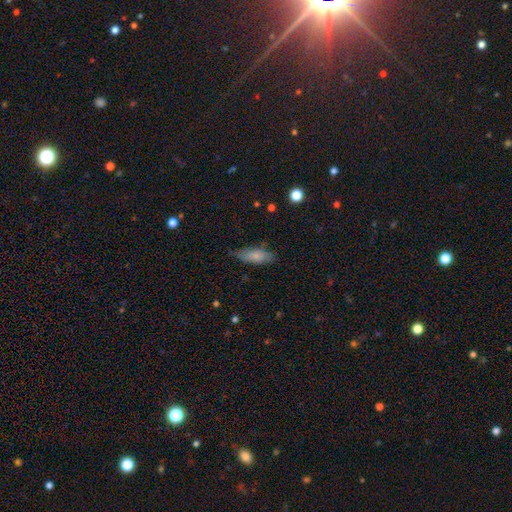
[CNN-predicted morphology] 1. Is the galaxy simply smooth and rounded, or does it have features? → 76% smooth, 17% featured or disk, 7% star or artifact.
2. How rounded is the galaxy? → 73% in between, 25% cigar-shaped, 2% round.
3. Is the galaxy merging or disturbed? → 64% none, 28% minor disturbance, 7% major disturbance, 2% merger.